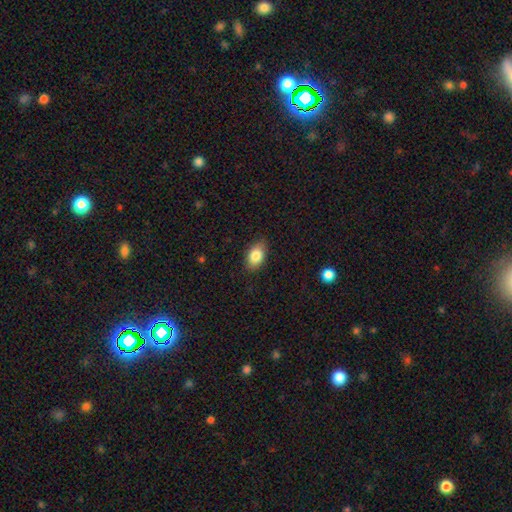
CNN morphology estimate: A smooth galaxy with no disk features (84%) that is in between round and cigar-shaped (89%). Merging: none (86%).